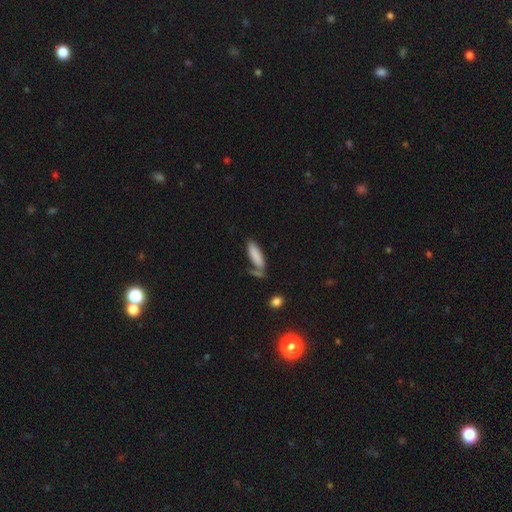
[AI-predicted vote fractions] A smooth galaxy with no disk features (83%) that is cigar-shaped (54%).

Vote fractions:
- Smooth or featured? smooth: 83% / featured or disk: 11% / star or artifact: 7%
- How rounded? cigar-shaped: 54% / in between: 44% / round: 2%
- Merging? none: 55% / merger: 19% / minor disturbance: 18% / major disturbance: 8%